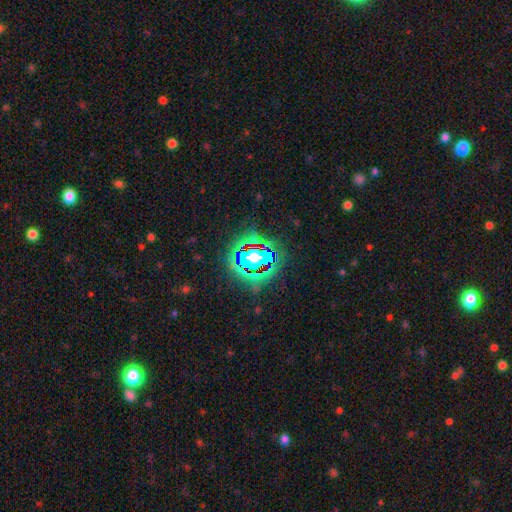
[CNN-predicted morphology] Overall: star or artifact (81%).